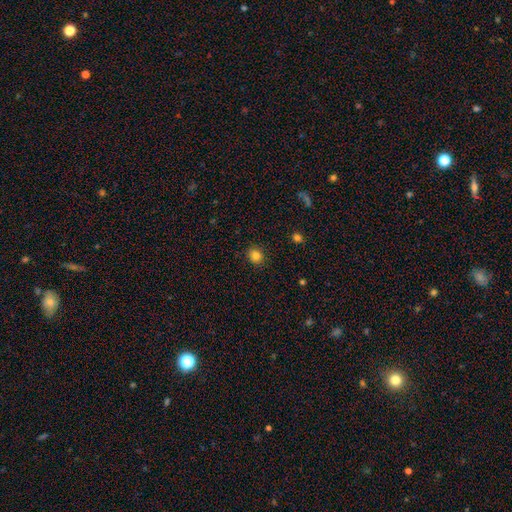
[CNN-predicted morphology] Smooth or featured? Predicted: smooth (p=0.82). How rounded? Predicted: round (p=0.79). Merging? Predicted: none (p=0.90).